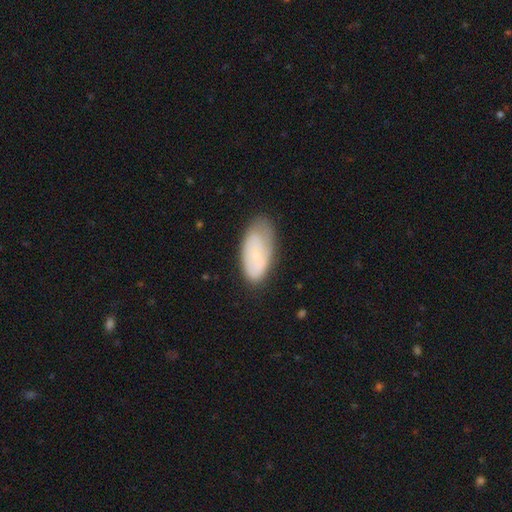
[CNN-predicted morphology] smooth 55%, featured or disk 37%, star or artifact 7%. Down the decision tree: how rounded — in between (91%); merging — none (63%).